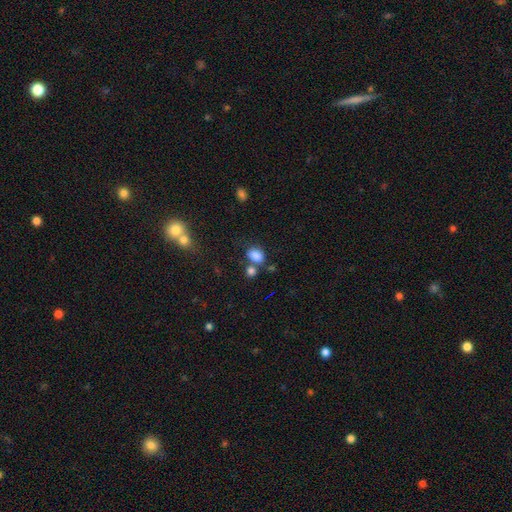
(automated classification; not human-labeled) smooth-or-featured: smooth: 82% | star or artifact: 11% | featured or disk: 7%
  how-rounded: in between: 70% | round: 29% | cigar-shaped: 1%
  merging: none: 52% | merger: 27% | minor disturbance: 15% | major disturbance: 6%